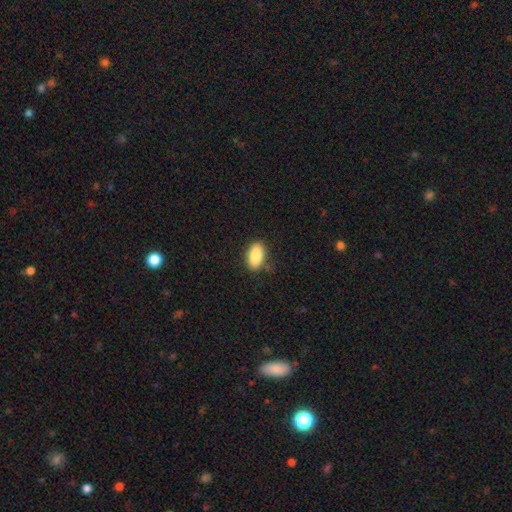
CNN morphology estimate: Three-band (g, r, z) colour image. It shows a smooth galaxy with no disk features (88%) that is in between round and cigar-shaped (92%). Merging: none (83%).